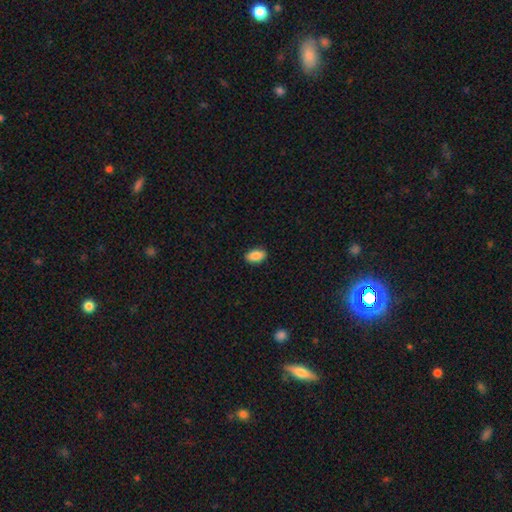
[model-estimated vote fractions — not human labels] Smooth or featured? smooth (89%)
How rounded? in between (92%)
Merging? none (90%)